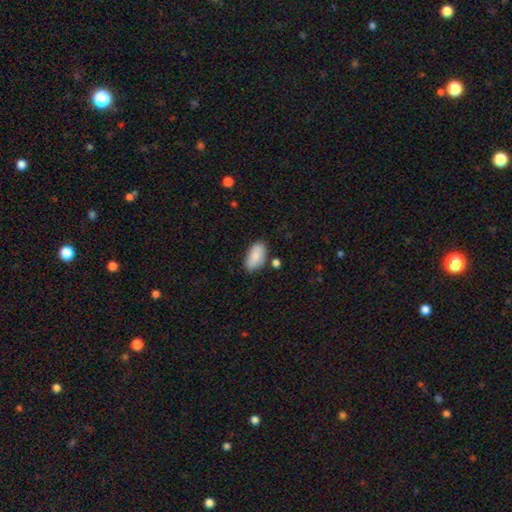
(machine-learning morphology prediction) Q: Smooth or featured?
A: smooth (81%); runner-up: featured or disk (12%)
Q: How rounded?
A: in between (94%); runner-up: round (3%)
Q: Merging?
A: none (74%); runner-up: minor disturbance (17%)